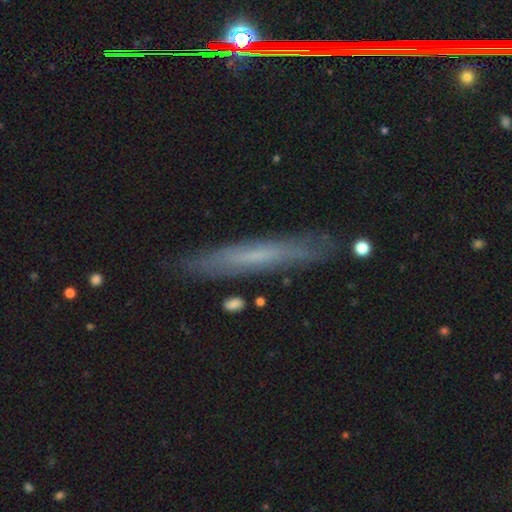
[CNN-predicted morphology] smooth_or_featured: featured or disk (p=0.47) [alt: smooth p=0.39]
merging: none (p=0.84) [alt: minor disturbance p=0.12]